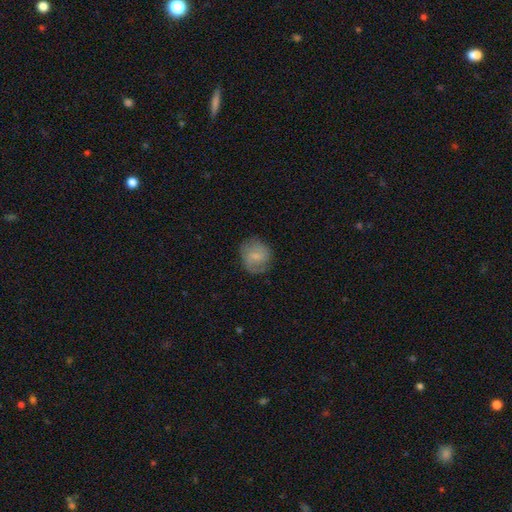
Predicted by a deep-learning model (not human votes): Overall: smooth (59%; featured or disk 34%). How rounded: round (77%). Merging: none (73%).